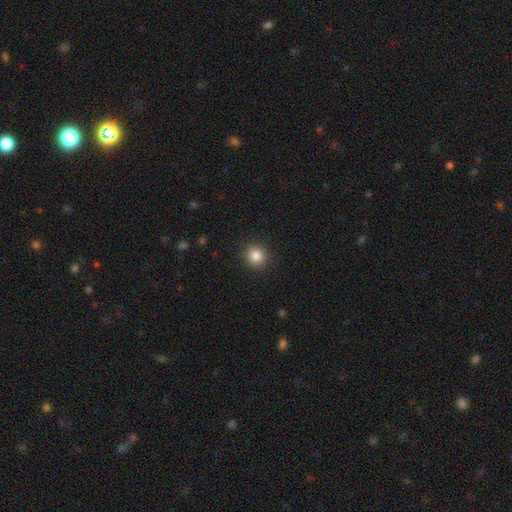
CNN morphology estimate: Q: Smooth or featured?
A: smooth (84%); runner-up: star or artifact (11%)
Q: How rounded?
A: round (86%); runner-up: in between (13%)
Q: Merging?
A: none (91%); runner-up: minor disturbance (6%)